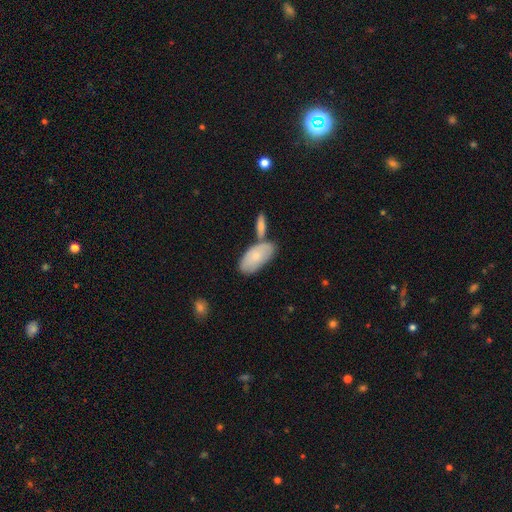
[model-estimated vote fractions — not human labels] smooth_or_featured: smooth (p=0.73) [alt: featured or disk p=0.22]
how_rounded: in between (p=0.92) [alt: cigar-shaped p=0.06]
merging: none (p=0.51) [alt: merger p=0.27]